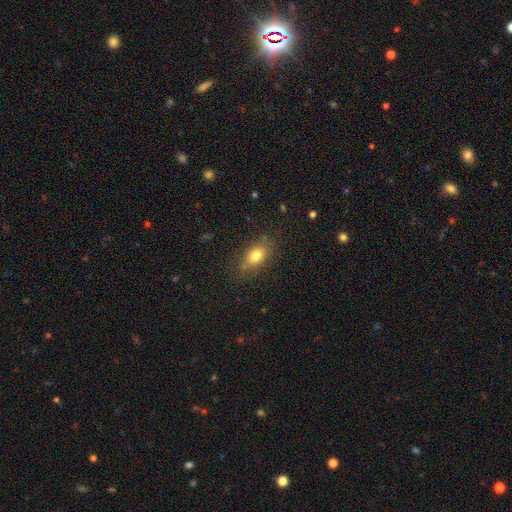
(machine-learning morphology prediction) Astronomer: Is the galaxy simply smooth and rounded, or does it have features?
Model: smooth — 78%.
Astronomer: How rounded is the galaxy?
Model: in between — 80%.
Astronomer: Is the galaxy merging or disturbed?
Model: none — 76%.